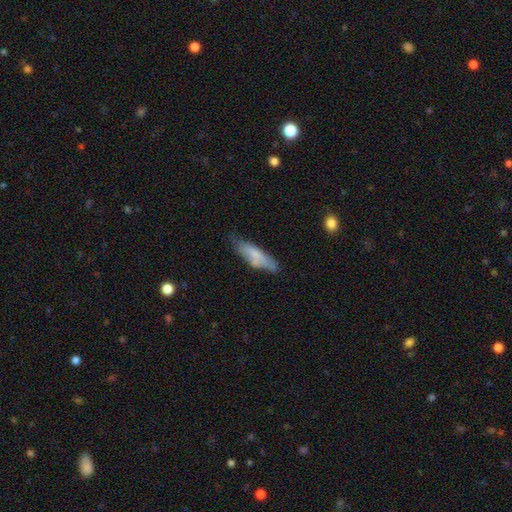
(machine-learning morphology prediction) Smooth or featured? Predicted: smooth (p=0.71). How rounded? Predicted: cigar-shaped (p=0.61). Merging? Predicted: none (p=0.59).